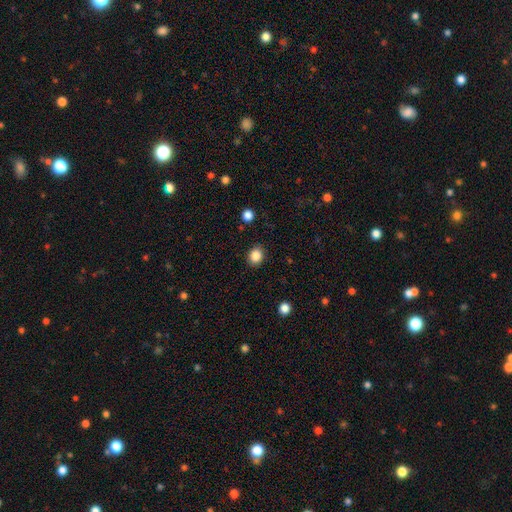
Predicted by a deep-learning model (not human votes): smooth_or_featured: smooth (p=0.86) [alt: star or artifact p=0.10]
how_rounded: round (p=0.65) [alt: in between p=0.34]
merging: none (p=0.88) [alt: minor disturbance p=0.08]